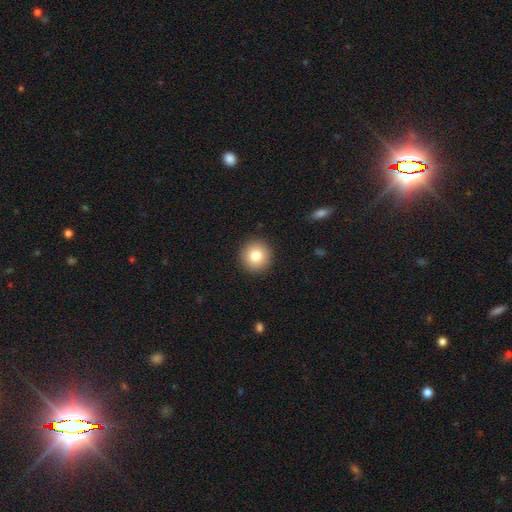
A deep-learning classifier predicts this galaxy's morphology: smooth_or_featured: smooth (p=0.81) [alt: featured or disk p=0.10]
how_rounded: round (p=0.94) [alt: in between p=0.05]
merging: none (p=0.92) [alt: minor disturbance p=0.05]